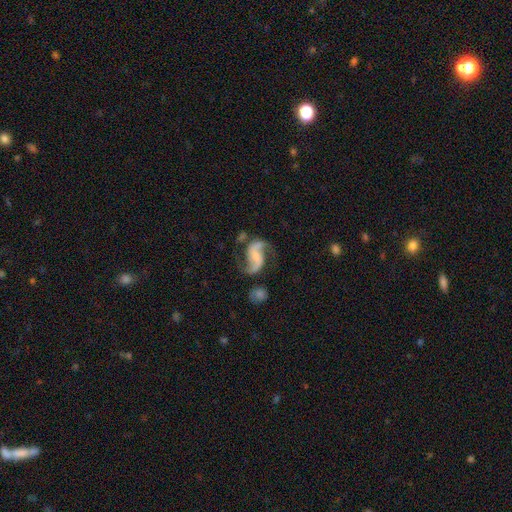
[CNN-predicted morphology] This appears to be a featured or disk galaxy (88%) with a weak bar (40%), 2 (93%) loose (56%) spiral arms (97%) and a small central bulge (47%). Merging: none (68%).